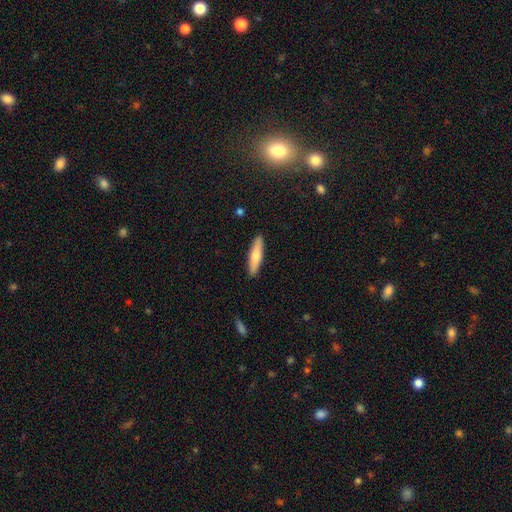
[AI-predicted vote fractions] Smooth or featured?
  - smooth: 70% *
  - featured or disk: 25%
  - star or artifact: 5%
How rounded?
  - cigar-shaped: 79% *
  - in between: 20%
  - round: 2%
Merging?
  - none: 90% *
  - minor disturbance: 7%
  - major disturbance: 2%
  - merger: 1%